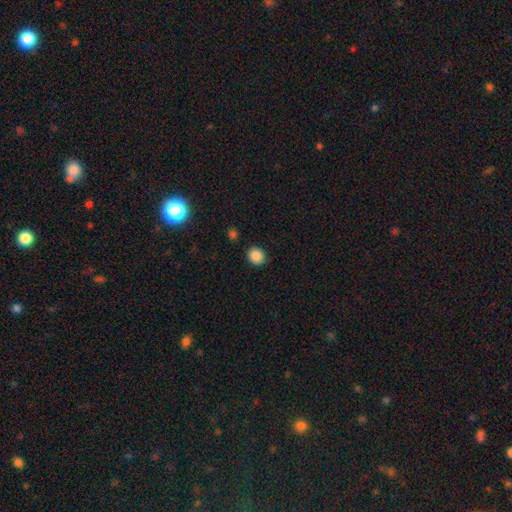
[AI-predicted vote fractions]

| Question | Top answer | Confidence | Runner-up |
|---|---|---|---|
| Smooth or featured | smooth | 87% | star or artifact (10%) |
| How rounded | round | 79% | in between (20%) |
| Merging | none | 89% | minor disturbance (7%) |